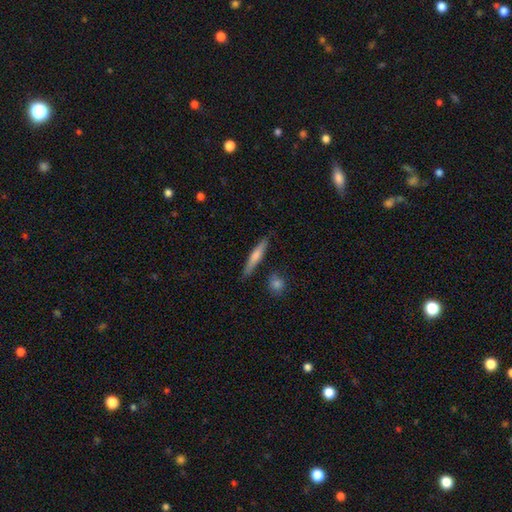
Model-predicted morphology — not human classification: A smooth galaxy with no disk features (64%) that is cigar-shaped (91%). Merging: none (85%).